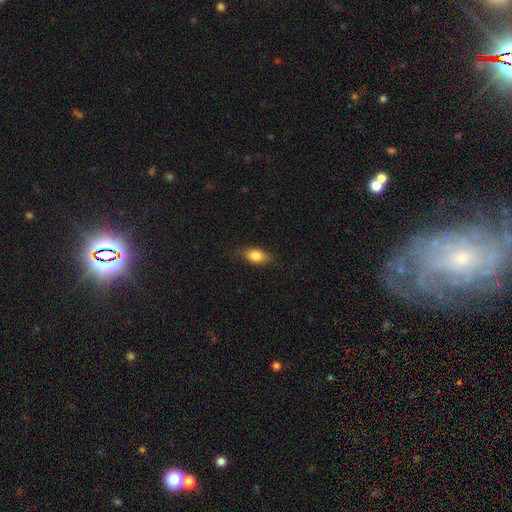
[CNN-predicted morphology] smooth_or_featured: smooth (p=0.83) [alt: featured or disk p=0.10]
how_rounded: in between (p=0.85) [alt: round p=0.08]
merging: none (p=0.81) [alt: minor disturbance p=0.15]